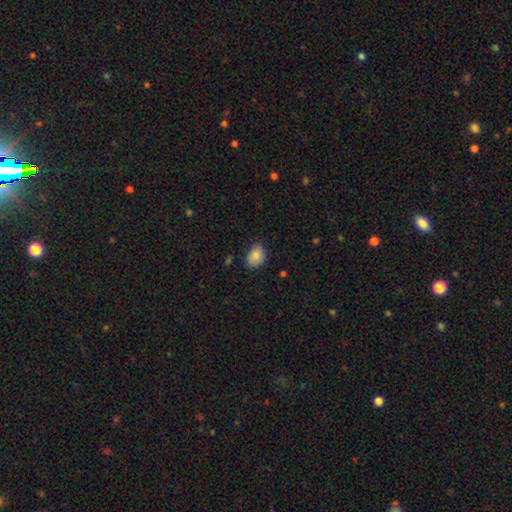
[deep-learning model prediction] smooth_or_featured: smooth (p=0.86) [alt: star or artifact p=0.08]
how_rounded: in between (p=0.74) [alt: round p=0.25]
merging: none (p=0.74) [alt: minor disturbance p=0.21]